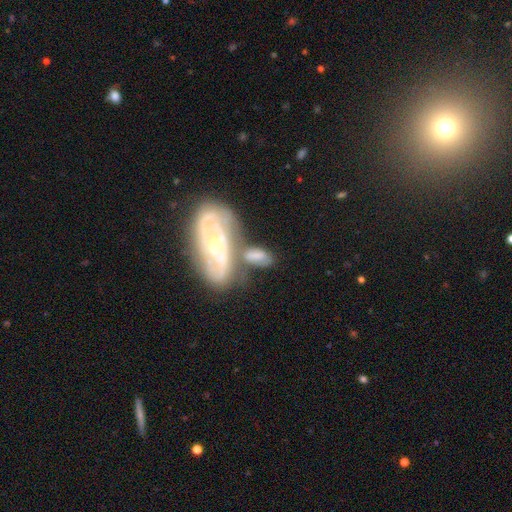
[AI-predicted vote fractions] Q: Smooth or featured?
A: smooth (47%); runner-up: featured or disk (46%)
Q: Merging?
A: merger (38%); runner-up: none (32%)